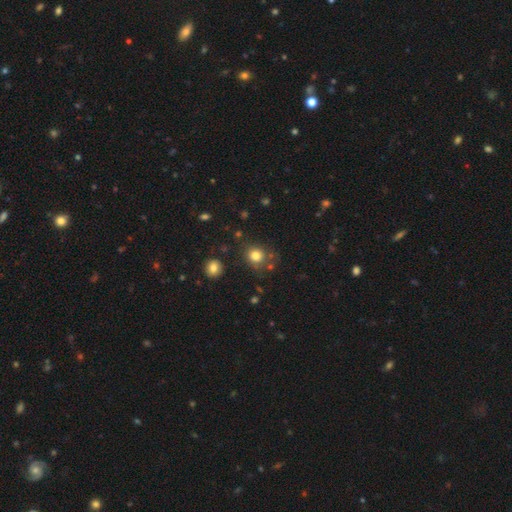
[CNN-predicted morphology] A smooth galaxy with no disk features (80%) that is round (84%).

Vote fractions:
- Smooth or featured? smooth: 80% / star or artifact: 13% / featured or disk: 7%
- How rounded? round: 84% / in between: 15% / cigar-shaped: 1%
- Merging? none: 76% / minor disturbance: 13% / merger: 6% / major disturbance: 5%